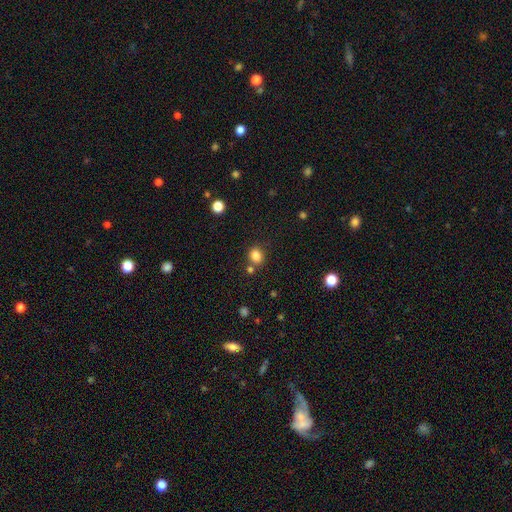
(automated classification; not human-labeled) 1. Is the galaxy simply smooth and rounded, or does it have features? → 83% smooth, 12% star or artifact, 5% featured or disk.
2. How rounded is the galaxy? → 61% round, 38% in between, 1% cigar-shaped.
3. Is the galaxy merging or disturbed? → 70% none, 15% merger, 11% minor disturbance, 4% major disturbance.